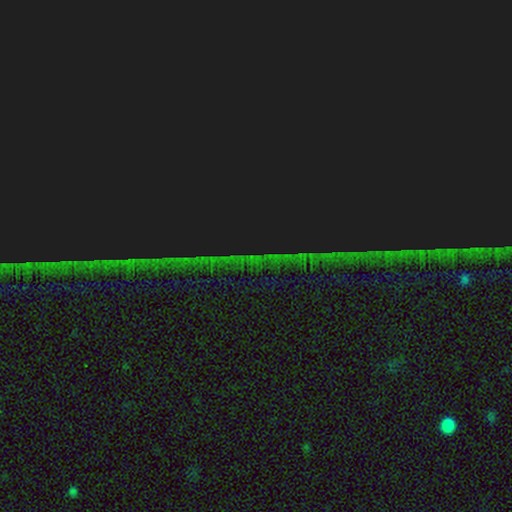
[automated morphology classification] Smooth or featured? Predicted: star or artifact (p=0.87).